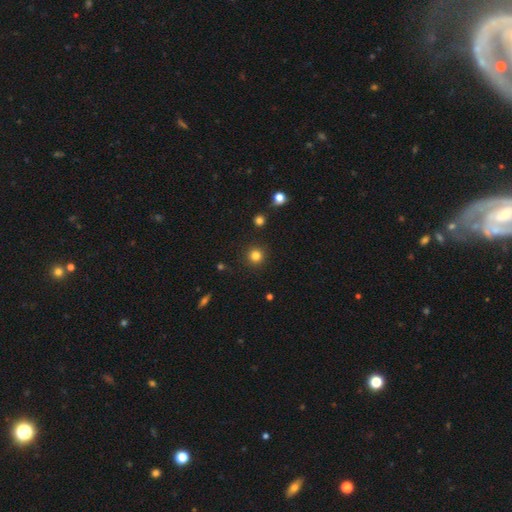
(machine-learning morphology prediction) Smooth or featured? Predicted: smooth (p=0.82). How rounded? Predicted: round (p=0.95). Merging? Predicted: none (p=0.91).